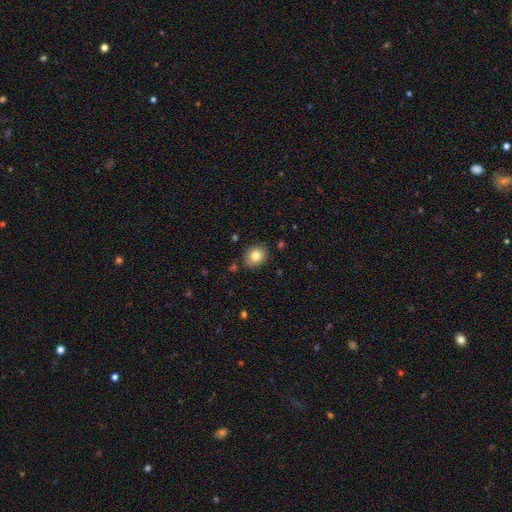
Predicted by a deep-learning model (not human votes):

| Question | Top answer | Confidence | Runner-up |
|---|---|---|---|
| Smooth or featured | smooth | 81% | featured or disk (10%) |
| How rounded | round | 69% | in between (30%) |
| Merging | none | 85% | minor disturbance (11%) |